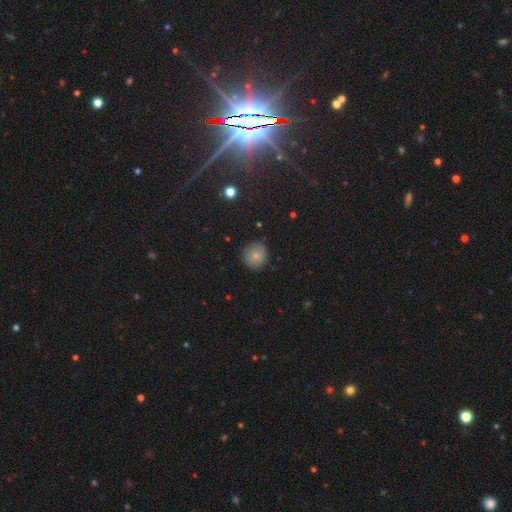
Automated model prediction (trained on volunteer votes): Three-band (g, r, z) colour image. It shows a smooth galaxy with no disk features (77%) that is round (88%). Merging: none (86%).